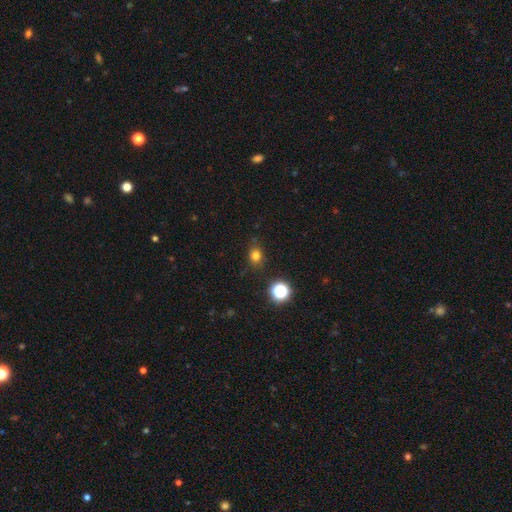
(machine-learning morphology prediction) smooth 77%, star or artifact 17%, featured or disk 6%. Down the decision tree: how rounded — round (55%); merging — none (81%).